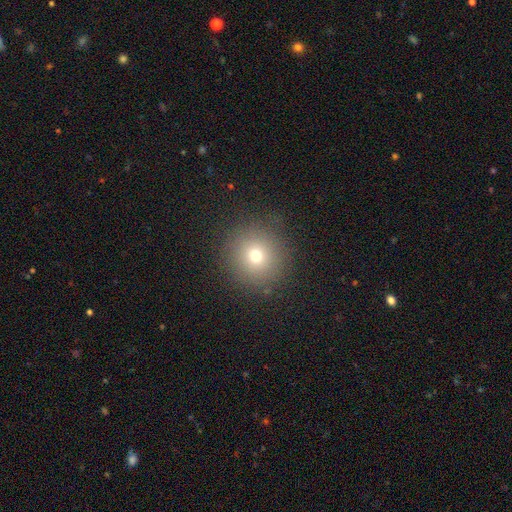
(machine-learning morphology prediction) Smooth or featured? Predicted: smooth (p=0.71). How rounded? Predicted: round (p=0.94). Merging? Predicted: none (p=0.88).